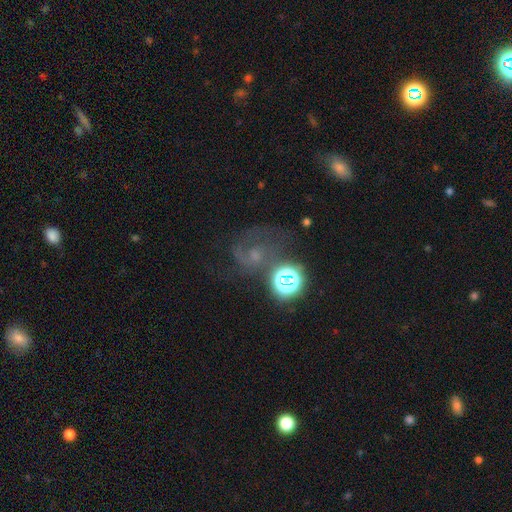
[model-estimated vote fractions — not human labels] Overall: featured or disk (46%; star or artifact 31%). Merging: none (45%; major disturbance 28%).